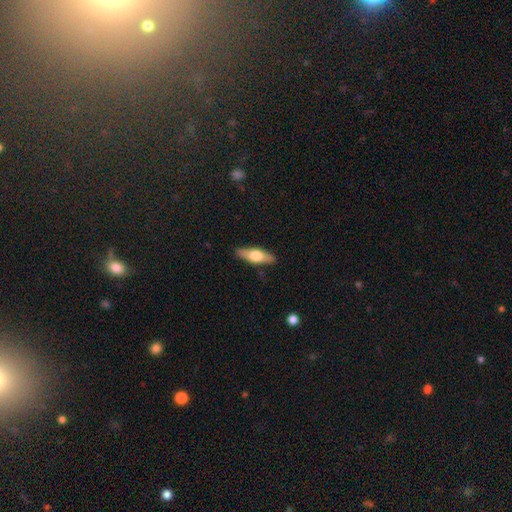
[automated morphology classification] This is possibly a smooth galaxy (51%). How rounded: possibly in between (54%). Merging: clearly none (88%).